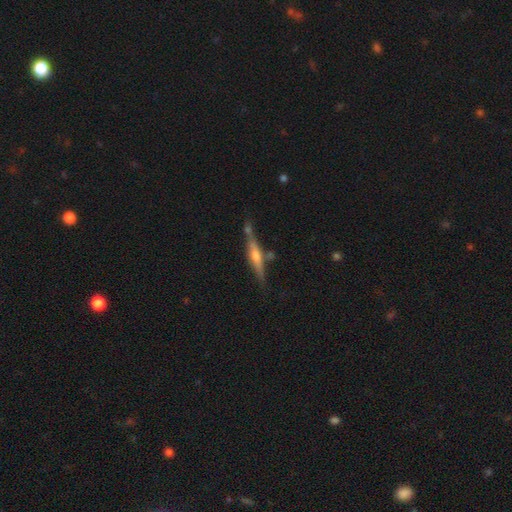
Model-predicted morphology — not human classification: A featured or disk galaxy (73%) viewed edge-on (96%) with a rounded central bulge (84%). Merging: none (75%).